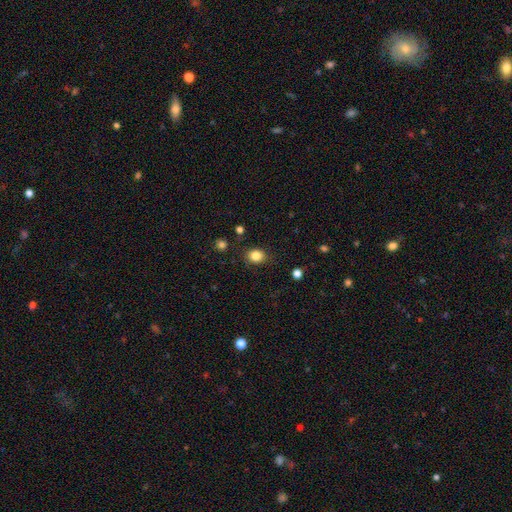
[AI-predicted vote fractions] A smooth galaxy with no disk features (84%) that is round (56%).

Vote fractions:
- Smooth or featured? smooth: 84% / star or artifact: 11% / featured or disk: 6%
- How rounded? round: 56% / in between: 43% / cigar-shaped: 1%
- Merging? none: 83% / minor disturbance: 12% / major disturbance: 3% / merger: 2%